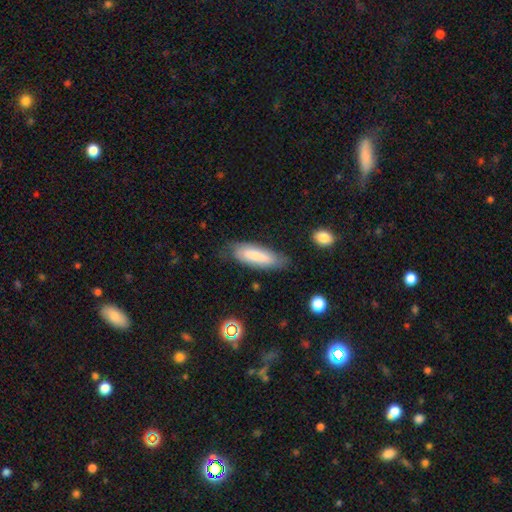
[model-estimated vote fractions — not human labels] The model was most divided on "how rounded": in between: 53%, cigar-shaped: 46%, round: 2%. More confident: smooth or featured — smooth (75%); merging — none (70%).